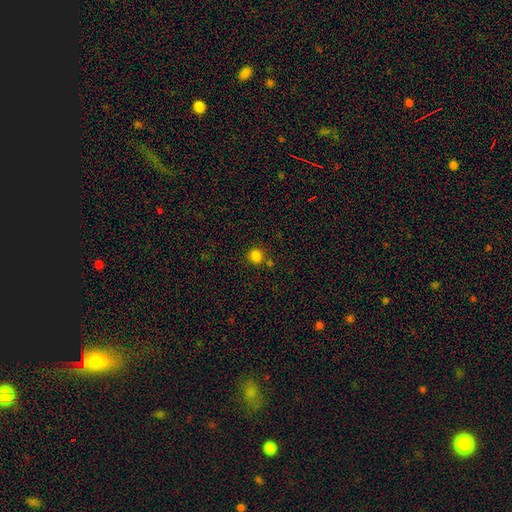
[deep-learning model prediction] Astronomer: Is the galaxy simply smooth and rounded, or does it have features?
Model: smooth — 83%.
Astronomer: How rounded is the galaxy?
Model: round — 91%.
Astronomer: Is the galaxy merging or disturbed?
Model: none — 78%.